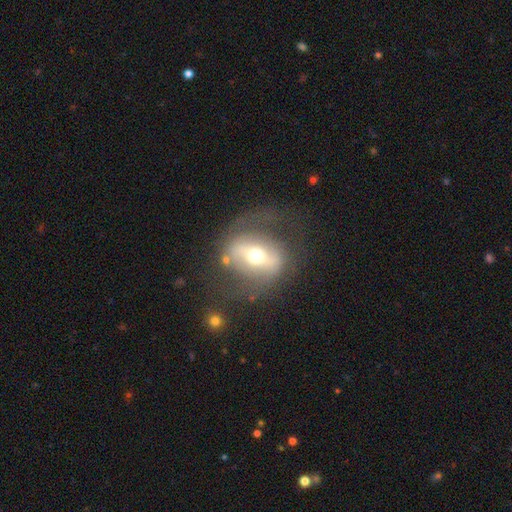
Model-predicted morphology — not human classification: smooth_or_featured: featured or disk (p=0.65) [alt: smooth p=0.28]
disk_edge_on: no (p=0.89) [alt: yes p=0.11]
bar: strong (p=0.54) [alt: weak p=0.26]
has_spiral_arms: no (p=0.55) [alt: yes p=0.45]
bulge_size: moderate (p=0.66) [alt: small p=0.21]
merging: none (p=0.59) [alt: major disturbance p=0.20]